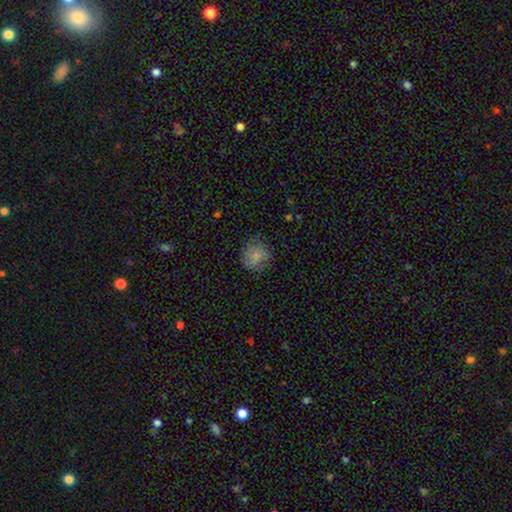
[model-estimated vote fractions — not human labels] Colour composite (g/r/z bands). It shows a smooth galaxy with no disk features (77%) that is round (84%). Merging: none (73%).